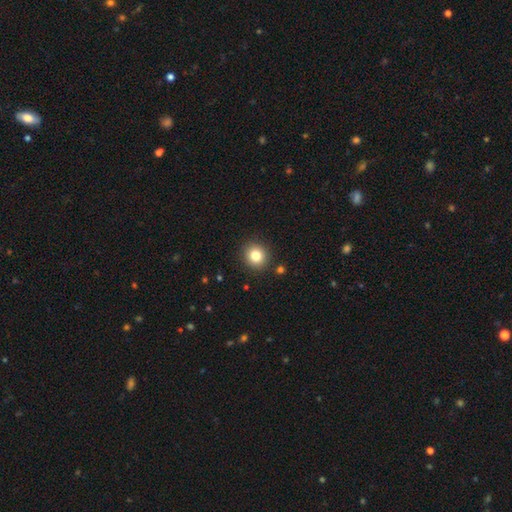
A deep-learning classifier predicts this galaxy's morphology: A smooth galaxy with no disk features (81%) that is round (90%).

Vote fractions:
- Smooth or featured? smooth: 81% / star or artifact: 12% / featured or disk: 7%
- How rounded? round: 90% / in between: 9% / cigar-shaped: 1%
- Merging? none: 90% / minor disturbance: 6% / major disturbance: 2% / merger: 2%